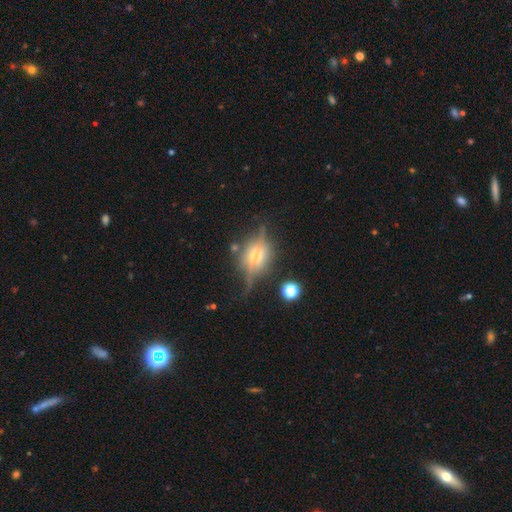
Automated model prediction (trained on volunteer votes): Morphology: type=featured or disk (76%); edge-on=yes (90%); edge-on bulge=rounded (88%); merging=none (72%).